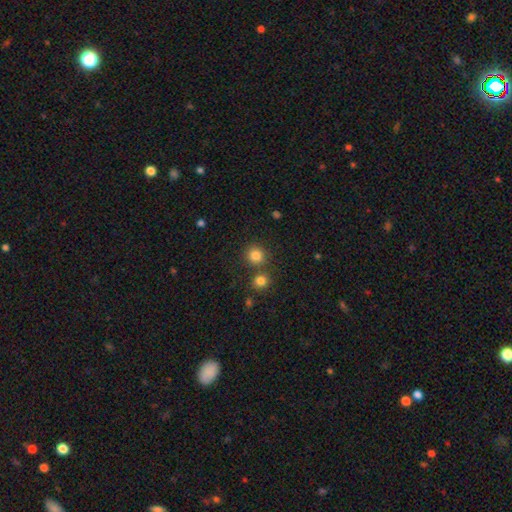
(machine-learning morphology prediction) smooth_or_featured: smooth (p=0.82) [alt: star or artifact p=0.13]
how_rounded: round (p=0.89) [alt: in between p=0.10]
merging: none (p=0.74) [alt: merger p=0.15]